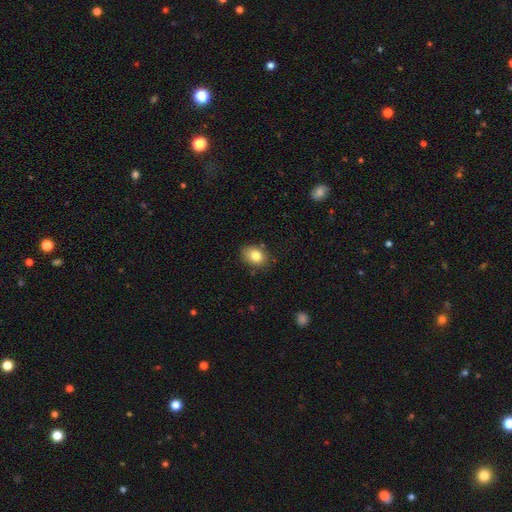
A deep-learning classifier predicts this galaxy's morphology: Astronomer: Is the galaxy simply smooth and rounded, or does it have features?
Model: smooth — 82%.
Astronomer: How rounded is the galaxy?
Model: in between — 66%.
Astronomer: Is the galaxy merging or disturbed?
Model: none — 81%.